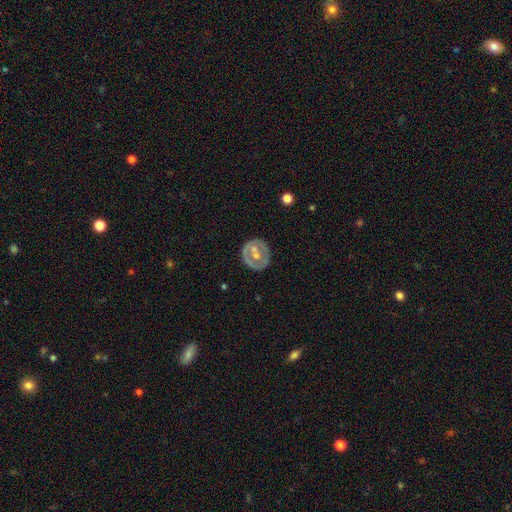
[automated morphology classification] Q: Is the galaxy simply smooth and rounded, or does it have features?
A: featured or disk — 59%.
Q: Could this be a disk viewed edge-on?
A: no — 95%.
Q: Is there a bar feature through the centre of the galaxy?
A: no — 59%.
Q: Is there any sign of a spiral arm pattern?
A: no — 84%.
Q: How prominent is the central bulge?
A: moderate — 57%.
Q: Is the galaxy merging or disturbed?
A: none — 78%.